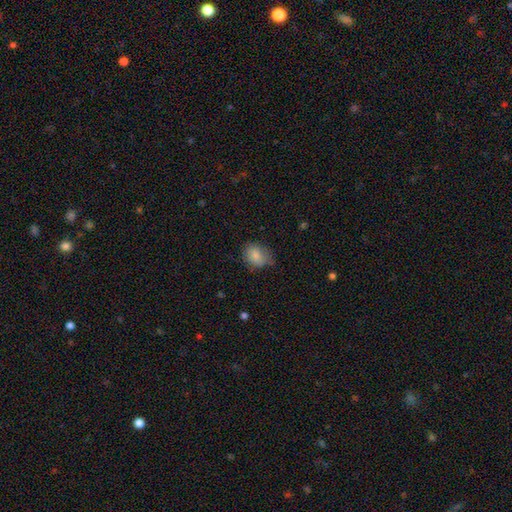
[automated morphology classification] A smooth galaxy with no disk features (83%) that is in between round and cigar-shaped (53%). Merging: none (62%).